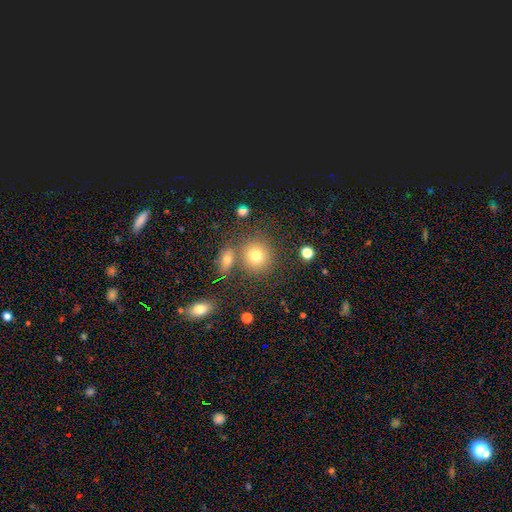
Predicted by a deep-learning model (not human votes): Morphology: type=smooth (75%); roundness=round (85%); merging=none (69%).